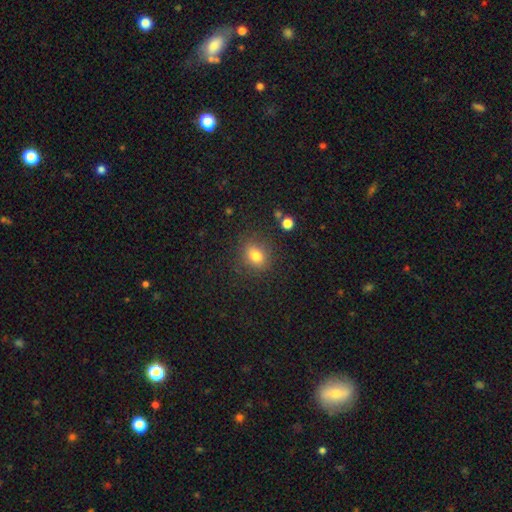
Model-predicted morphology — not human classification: A smooth galaxy with no disk features (79%) that is round (53%). Merging: none (83%).